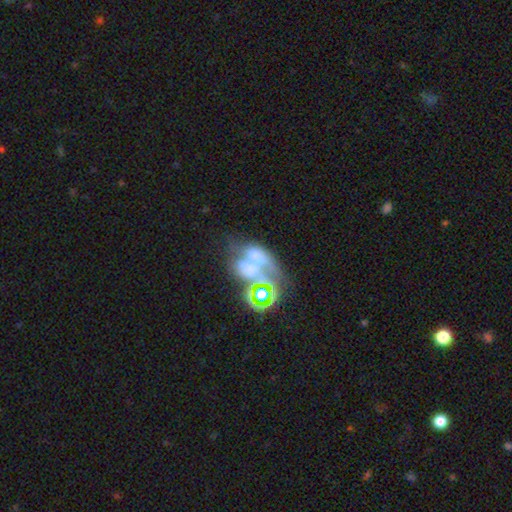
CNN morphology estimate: A smooth galaxy with no disk features (38%). Merging: merger (61%).